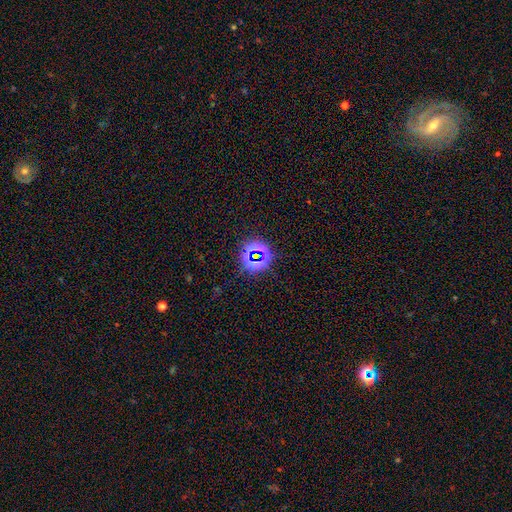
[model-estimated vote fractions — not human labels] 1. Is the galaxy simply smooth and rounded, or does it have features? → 71% star or artifact, 20% smooth, 9% featured or disk.